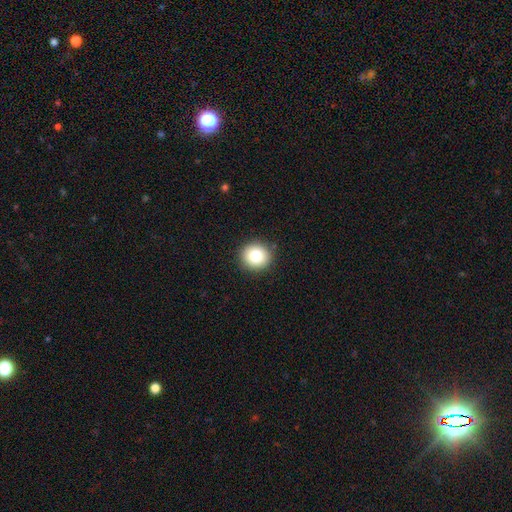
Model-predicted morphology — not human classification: Smooth or featured?
  - smooth: 80% *
  - star or artifact: 10%
  - featured or disk: 10%
How rounded?
  - round: 90% *
  - in between: 9%
  - cigar-shaped: 1%
Merging?
  - none: 91% *
  - minor disturbance: 6%
  - major disturbance: 2%
  - merger: 1%